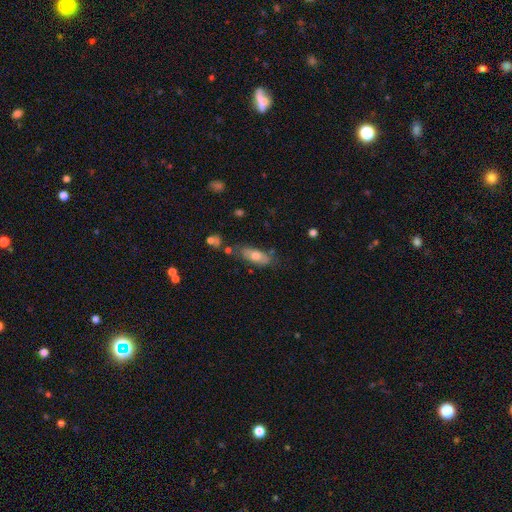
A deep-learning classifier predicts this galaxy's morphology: smooth 64%, featured or disk 29%, star or artifact 7%. Down the decision tree: how rounded — in between (76%); merging — none (64%).